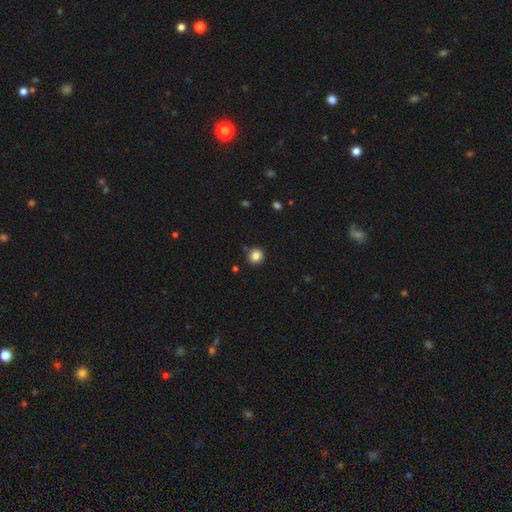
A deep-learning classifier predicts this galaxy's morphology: This is clearly a smooth galaxy (85%). How rounded: clearly round (92%). Merging: clearly none (87%).